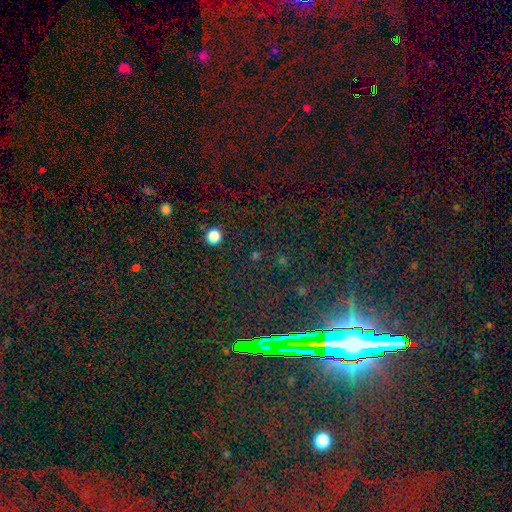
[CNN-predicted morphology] type=star or artifact (69%).